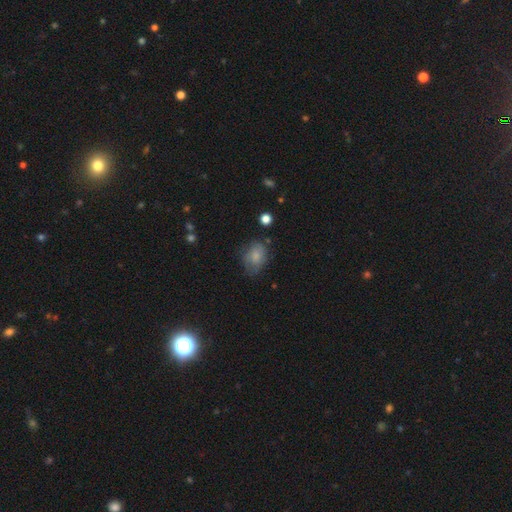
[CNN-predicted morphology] A smooth galaxy with no disk features (76%) that is in between round and cigar-shaped (65%).

Vote fractions:
- Smooth or featured? smooth: 76% / featured or disk: 15% / star or artifact: 9%
- How rounded? in between: 65% / round: 33% / cigar-shaped: 1%
- Merging? none: 54% / minor disturbance: 31% / major disturbance: 12% / merger: 2%